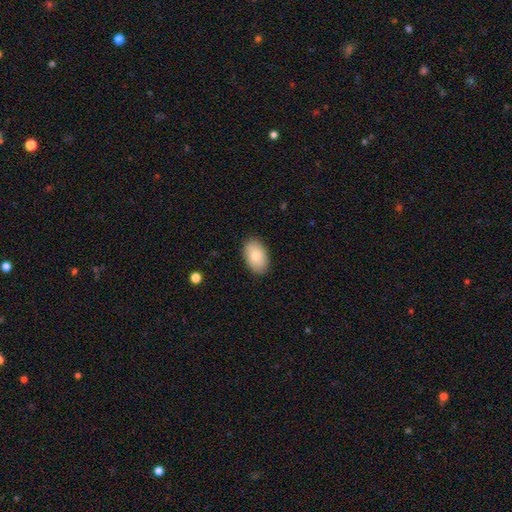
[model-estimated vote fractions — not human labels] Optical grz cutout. It shows a smooth galaxy with no disk features (79%) that is in between round and cigar-shaped (91%). Merging: none (87%).